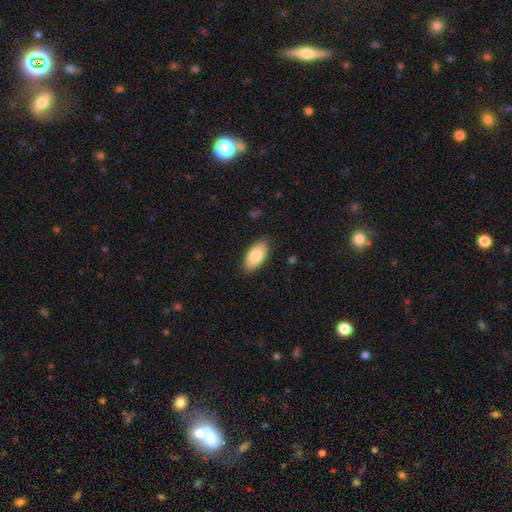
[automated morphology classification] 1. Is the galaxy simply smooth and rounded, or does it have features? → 86% smooth, 8% featured or disk, 6% star or artifact.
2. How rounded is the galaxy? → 94% in between, 4% cigar-shaped, 2% round.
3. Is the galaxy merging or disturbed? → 85% none, 12% minor disturbance, 2% major disturbance, 1% merger.